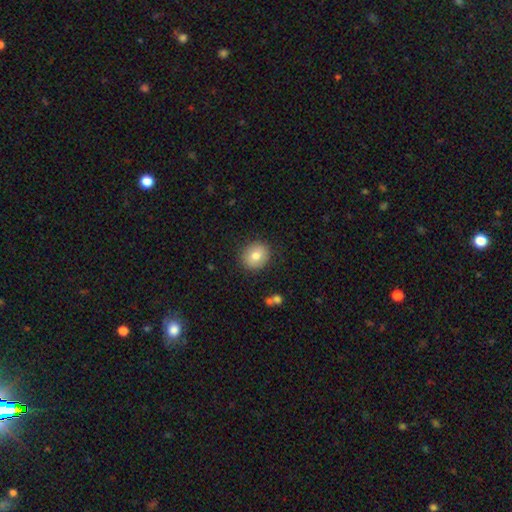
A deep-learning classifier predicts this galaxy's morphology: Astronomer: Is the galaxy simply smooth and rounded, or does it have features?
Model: smooth — 79%.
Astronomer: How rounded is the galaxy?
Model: round — 79%.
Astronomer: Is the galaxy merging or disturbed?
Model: none — 88%.